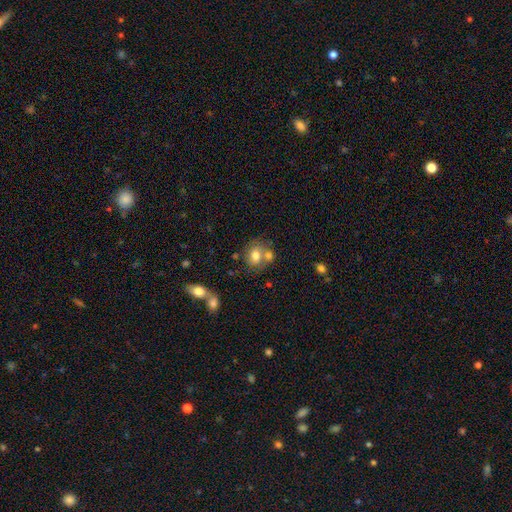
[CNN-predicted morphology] Smooth or featured: smooth — 74% (featured or disk — 16%)
How rounded: round — 58% (in between — 41%)
Merging: none — 48% (merger — 34%)